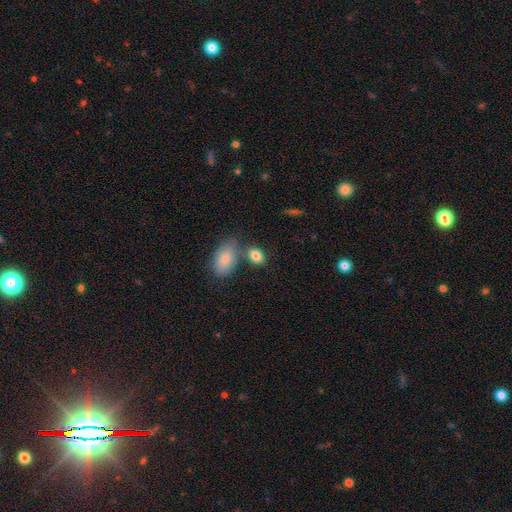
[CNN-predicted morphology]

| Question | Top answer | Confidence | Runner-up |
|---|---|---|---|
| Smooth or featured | smooth | 84% | star or artifact (8%) |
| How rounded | in between | 85% | round (13%) |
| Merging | none | 61% | merger (21%) |